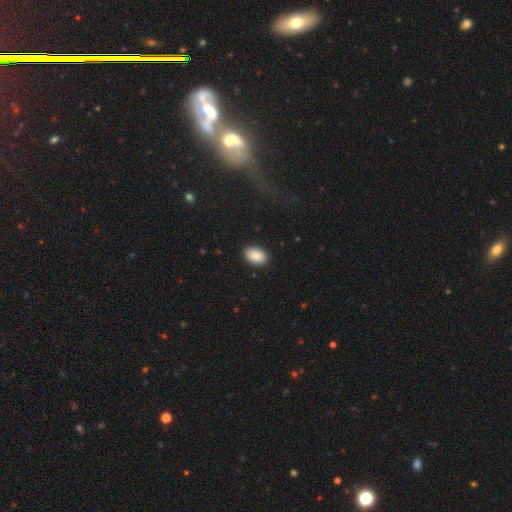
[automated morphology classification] This appears to be a smooth galaxy with no disk features (90%) that is in between round and cigar-shaped (90%). Merging: none (89%).